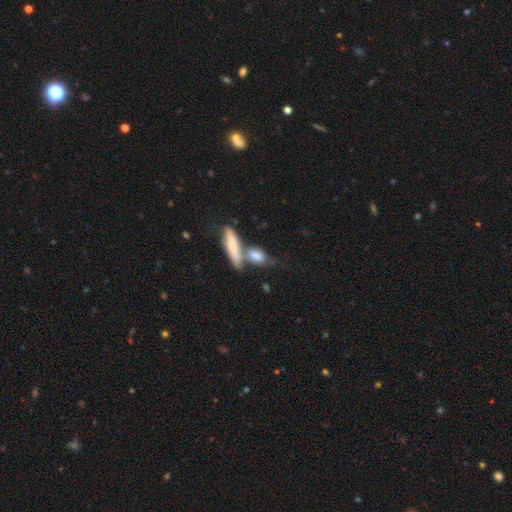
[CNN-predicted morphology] Smooth or featured: smooth — 76% (featured or disk — 18%)
How rounded: in between — 56% (cigar-shaped — 35%)
Merging: merger — 46% (none — 35%)